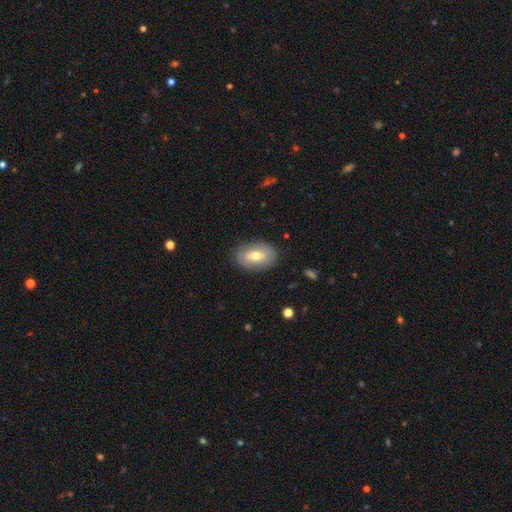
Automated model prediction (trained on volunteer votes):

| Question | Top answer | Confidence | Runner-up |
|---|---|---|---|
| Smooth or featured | smooth | 62% | featured or disk (31%) |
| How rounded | in between | 85% | round (14%) |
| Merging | none | 84% | minor disturbance (11%) |